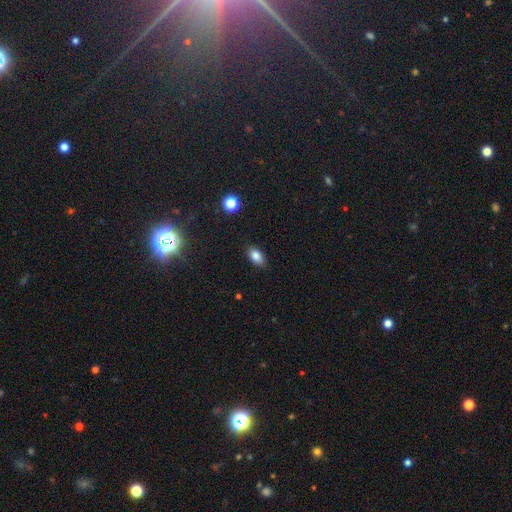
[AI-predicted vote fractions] A smooth galaxy with no disk features (84%) that is in between round and cigar-shaped (89%). Merging: none (87%).